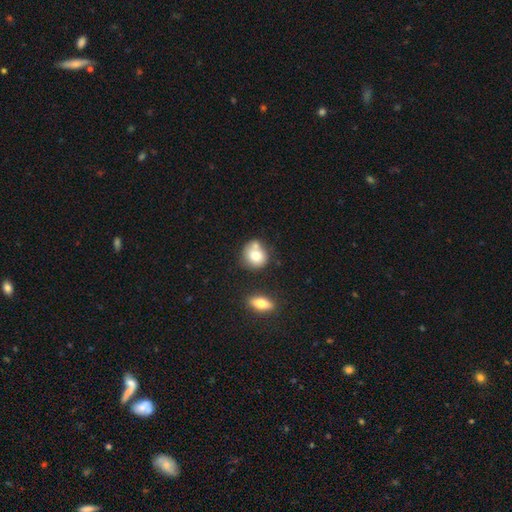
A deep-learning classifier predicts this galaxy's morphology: This is likely a smooth galaxy (75%). How rounded: likely round (78%). Merging: possibly none (50%).